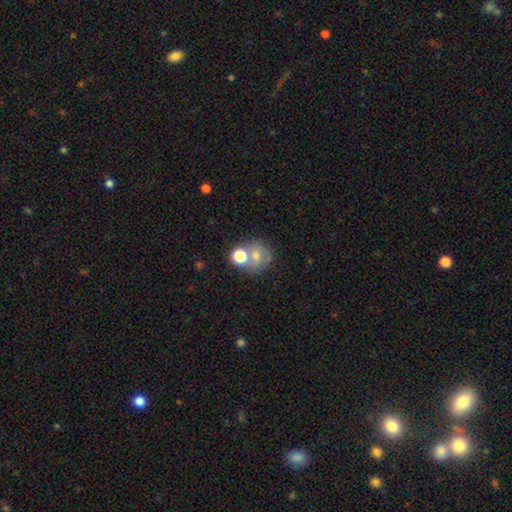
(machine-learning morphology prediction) Overall: smooth (67%). How rounded: round (81%). Merging: none (46%; merger 37%).